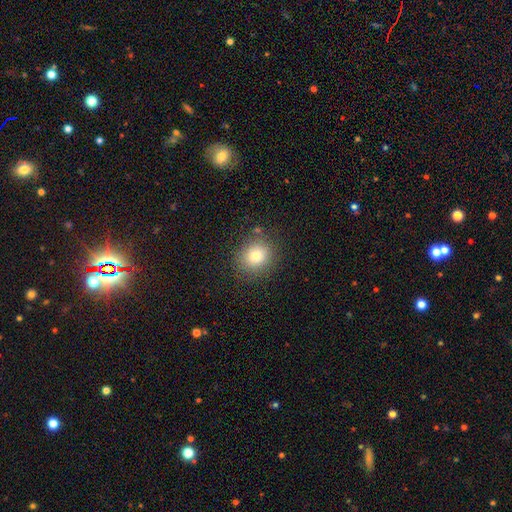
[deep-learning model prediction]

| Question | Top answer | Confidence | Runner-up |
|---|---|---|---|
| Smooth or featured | smooth | 78% | star or artifact (13%) |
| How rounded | round | 82% | in between (18%) |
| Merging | none | 85% | minor disturbance (9%) |